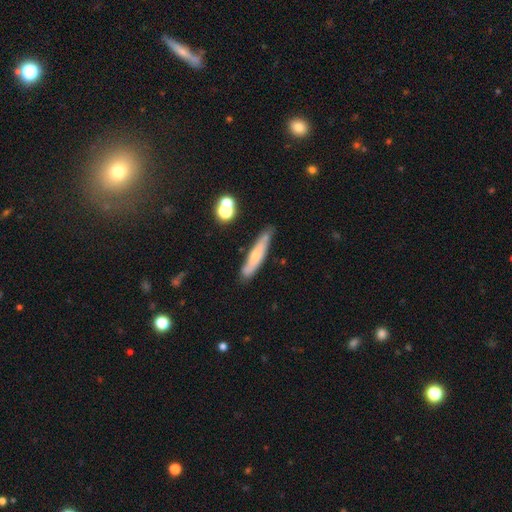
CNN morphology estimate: This is possibly a smooth galaxy (57%). How rounded: clearly cigar-shaped (87%). Merging: likely none (70%).